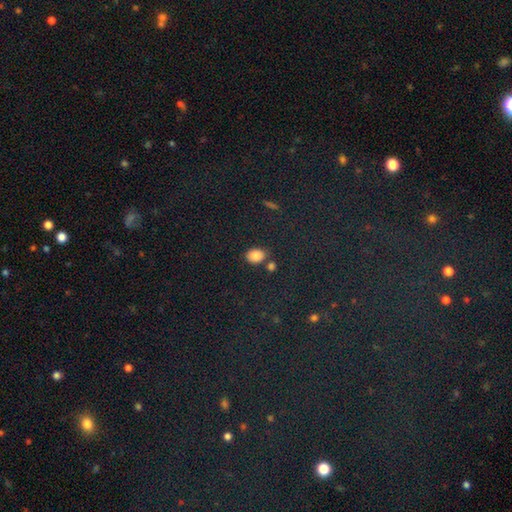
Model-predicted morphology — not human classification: This is clearly a smooth galaxy (84%). How rounded: likely in between (69%). Merging: likely none (76%).